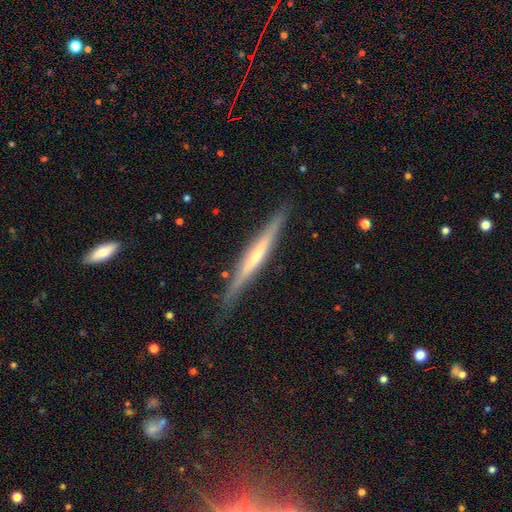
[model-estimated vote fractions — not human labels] featured or disk 65%, smooth 29%, star or artifact 6%. Down the decision tree: edge-on disk — yes (96%); edge-on bulge — none (51%); merging — none (87%).